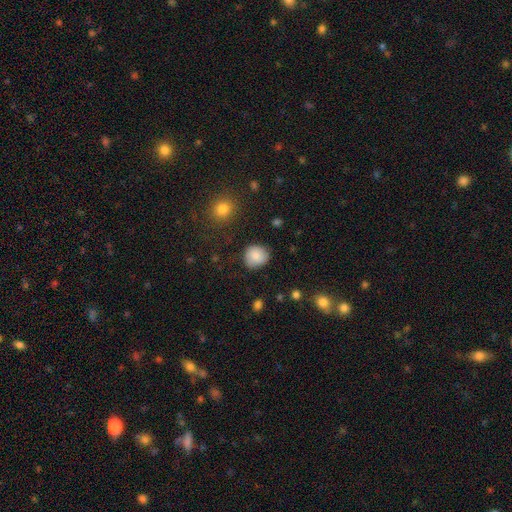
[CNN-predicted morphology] A smooth galaxy with no disk features (84%) that is round (84%).

Vote fractions:
- Smooth or featured? smooth: 84% / star or artifact: 8% / featured or disk: 8%
- How rounded? round: 84% / in between: 15% / cigar-shaped: 1%
- Merging? none: 79% / minor disturbance: 16% / major disturbance: 4% / merger: 2%